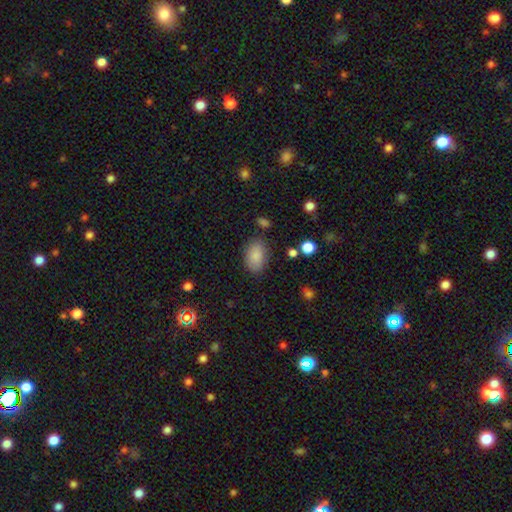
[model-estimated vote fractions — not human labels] Smooth or featured? Predicted: smooth (p=0.86). How rounded? Predicted: in between (p=0.90). Merging? Predicted: none (p=0.81).